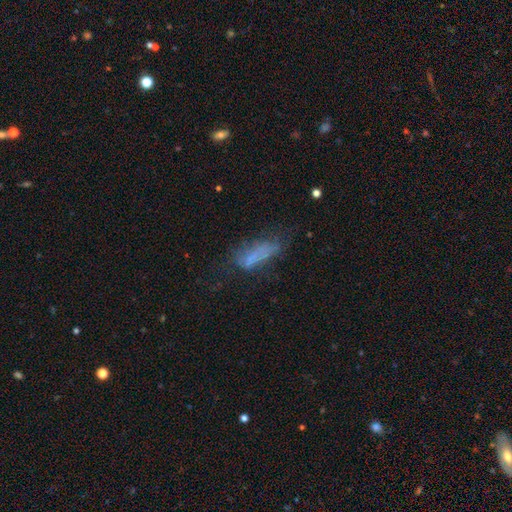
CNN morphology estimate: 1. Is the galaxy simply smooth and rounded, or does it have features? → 53% smooth, 30% featured or disk, 17% star or artifact.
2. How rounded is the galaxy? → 54% in between, 43% cigar-shaped, 3% round.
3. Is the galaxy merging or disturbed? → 37% none, 32% major disturbance, 26% minor disturbance, 5% merger.